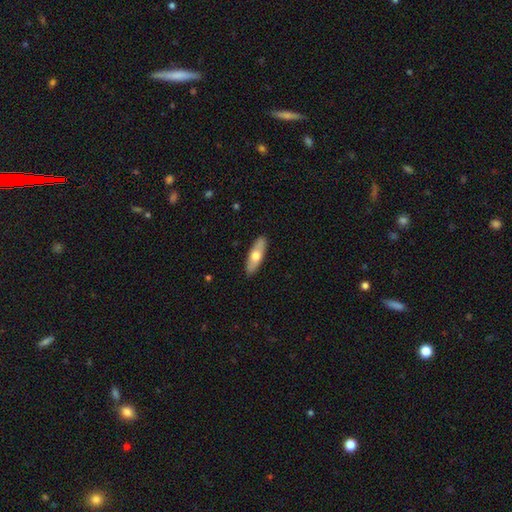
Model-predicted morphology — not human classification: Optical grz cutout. It shows a smooth galaxy with no disk features (62%) that is in between round and cigar-shaped (54%). Merging: none (89%).